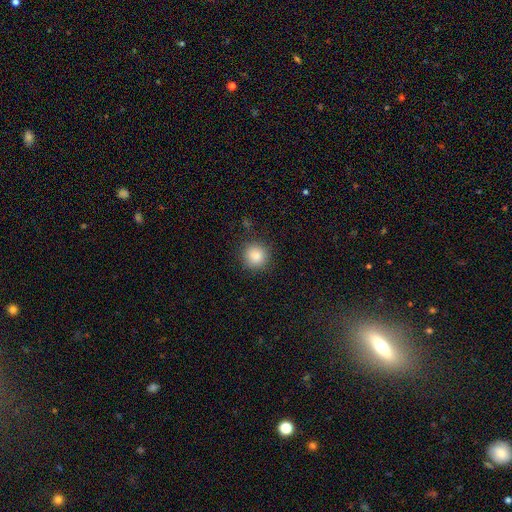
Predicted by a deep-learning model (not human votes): smooth 83%, star or artifact 10%, featured or disk 6%. Down the decision tree: how rounded — round (94%); merging — none (89%).